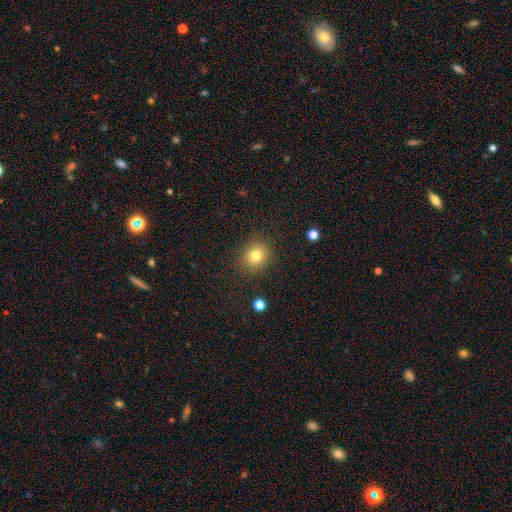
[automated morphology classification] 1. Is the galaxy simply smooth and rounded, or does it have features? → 79% smooth, 12% star or artifact, 9% featured or disk.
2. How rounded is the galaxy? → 75% round, 25% in between, 1% cigar-shaped.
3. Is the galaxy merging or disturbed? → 87% none, 9% minor disturbance, 3% major disturbance, 1% merger.